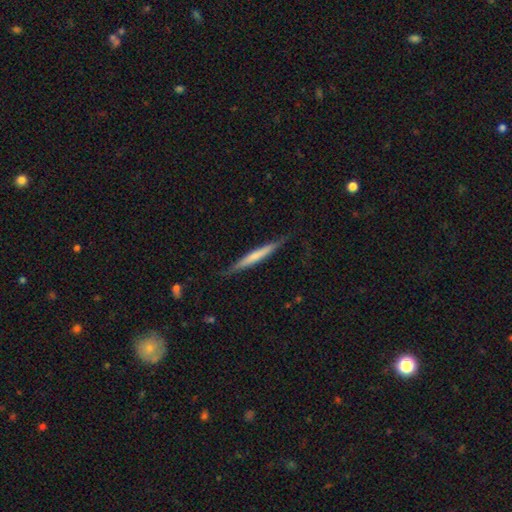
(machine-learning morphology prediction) type=smooth (50%); merging=none (82%).